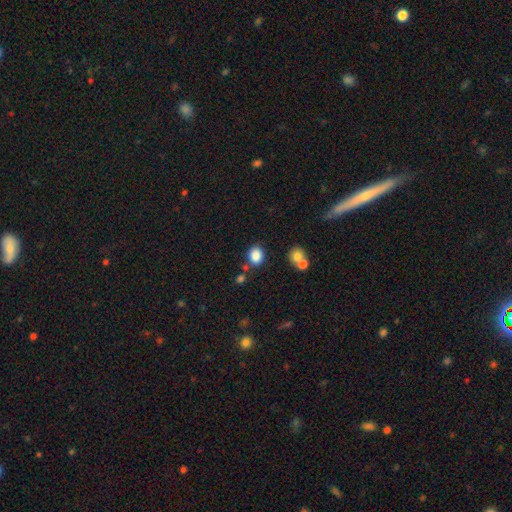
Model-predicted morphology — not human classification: type=smooth (85%); roundness=round (52%); merging=none (74%).